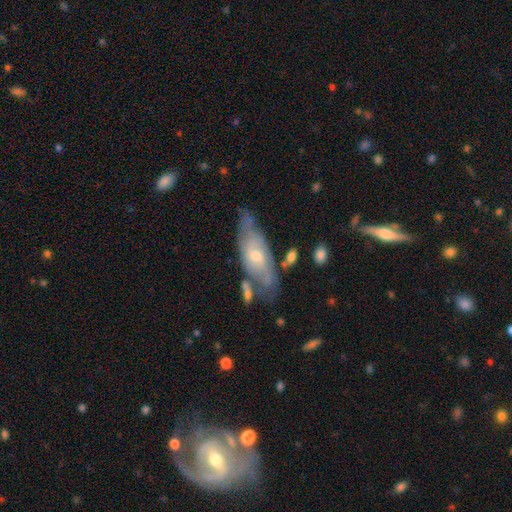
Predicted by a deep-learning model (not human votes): The model was most divided on "bulge size": small: 48%, moderate: 46%, large: 3%, none: 2%, dominant: 1%. More confident: edge-on disk — no (80%); spiral arms — yes (73%); smooth or featured — featured or disk (67%); bar — no (66%); merging — none (54%).